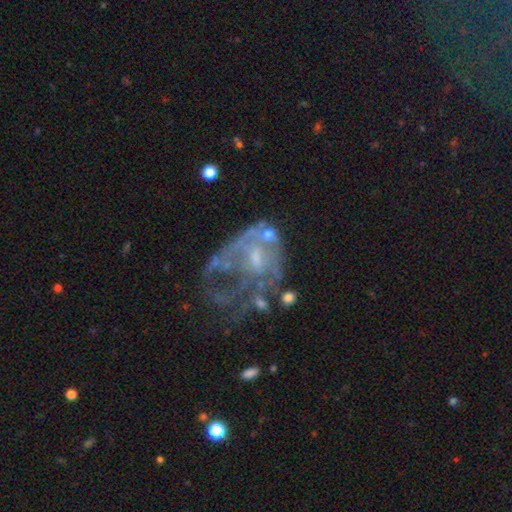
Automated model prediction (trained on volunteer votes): Q: Smooth or featured?
A: featured or disk (72%); runner-up: smooth (16%)
Q: Edge-on disk?
A: no (97%); runner-up: yes (3%)
Q: Bar?
A: no (70%); runner-up: weak (25%)
Q: Spiral arms?
A: no (66%); runner-up: yes (34%)
Q: Bulge size?
A: small (39%); runner-up: moderate (30%)
Q: Merging?
A: major disturbance (44%); runner-up: none (24%)